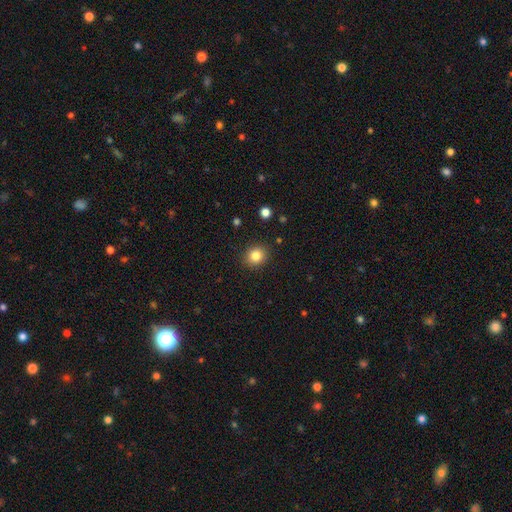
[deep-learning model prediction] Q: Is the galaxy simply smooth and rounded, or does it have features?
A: smooth — 83%.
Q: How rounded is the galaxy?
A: round — 80%.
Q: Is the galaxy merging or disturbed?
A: none — 89%.